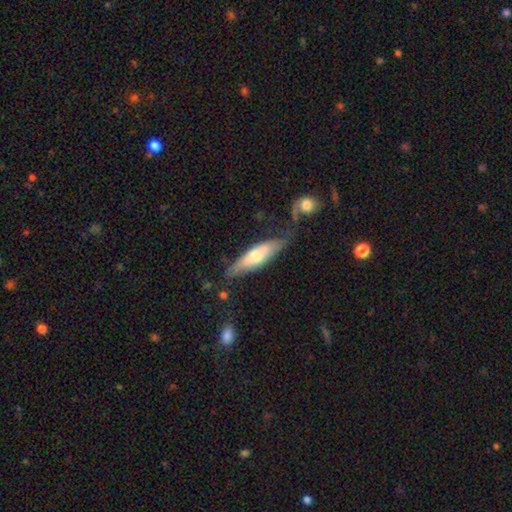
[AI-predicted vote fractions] smooth_or_featured: smooth (p=0.54) [alt: featured or disk p=0.41]
how_rounded: cigar-shaped (p=0.56) [alt: in between p=0.42]
merging: none (p=0.58) [alt: minor disturbance p=0.23]